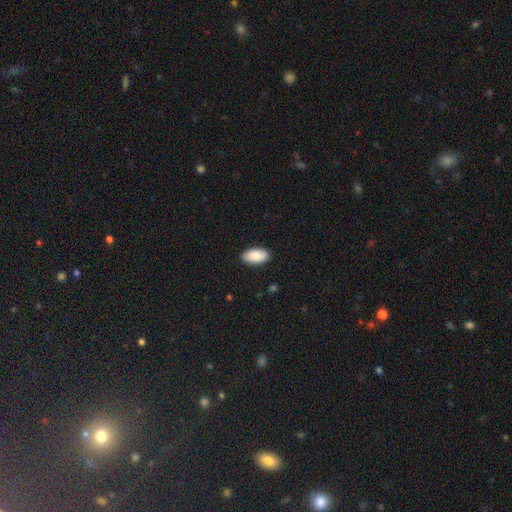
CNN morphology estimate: A smooth galaxy with no disk features (86%) that is in between round and cigar-shaped (95%).

Vote fractions:
- Smooth or featured? smooth: 86% / featured or disk: 7% / star or artifact: 6%
- How rounded? in between: 95% / cigar-shaped: 3% / round: 2%
- Merging? none: 88% / minor disturbance: 9% / major disturbance: 2% / merger: 1%